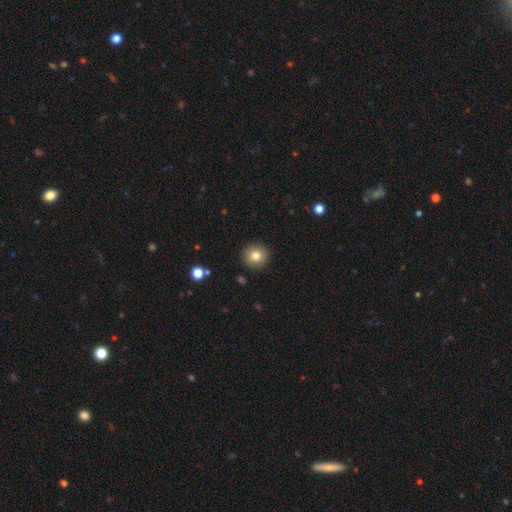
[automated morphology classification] smooth-or-featured: smooth: 80% | star or artifact: 10% | featured or disk: 10%
  how-rounded: round: 94% | in between: 5% | cigar-shaped: 1%
  merging: none: 91% | minor disturbance: 6% | major disturbance: 2% | merger: 1%